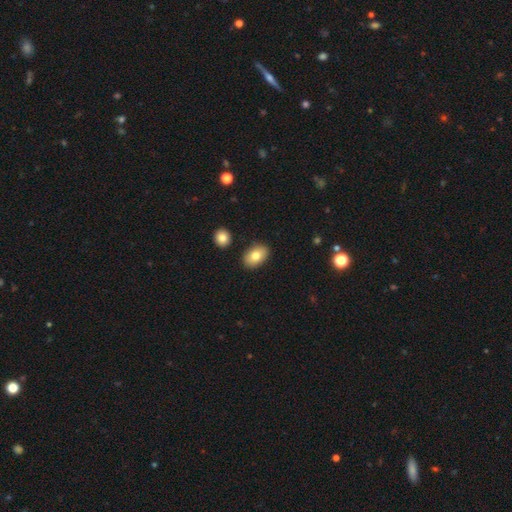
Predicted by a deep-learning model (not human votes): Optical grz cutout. It shows a smooth galaxy with no disk features (79%) that is in between round and cigar-shaped (87%). Merging: none (86%).